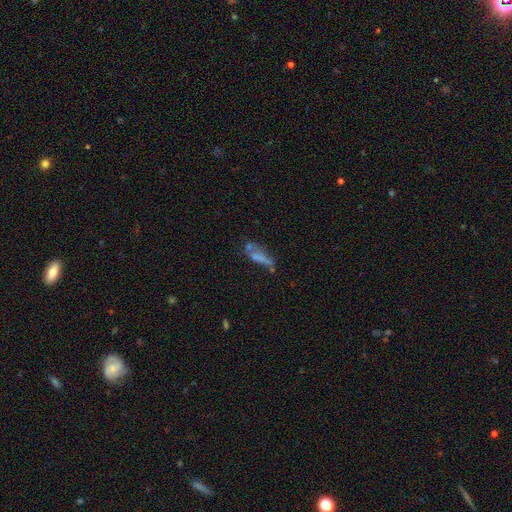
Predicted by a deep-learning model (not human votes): smooth-or-featured: smooth: 47% | featured or disk: 35% | star or artifact: 18%
  merging: none: 42% | minor disturbance: 21% | major disturbance: 20% | merger: 18%